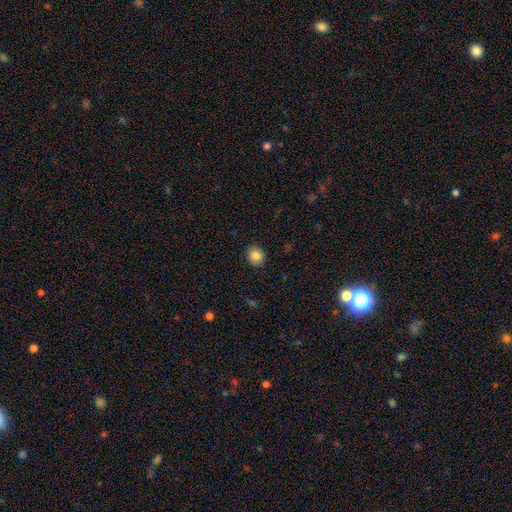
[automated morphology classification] Overall: smooth (85%). How rounded: in between (50%; round 49%). Merging: none (89%).